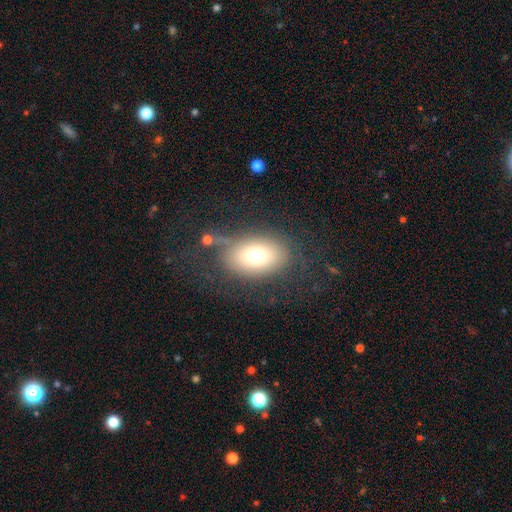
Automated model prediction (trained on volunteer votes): The model was most divided on "smooth or featured": smooth: 66%, featured or disk: 24%, star or artifact: 10%. More confident: how rounded — in between (87%); merging — none (64%).